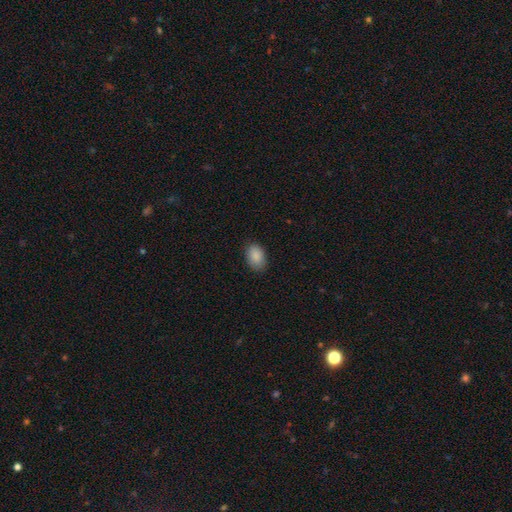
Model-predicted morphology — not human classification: Smooth or featured: smooth — 89% (star or artifact — 7%)
How rounded: in between — 87% (round — 12%)
Merging: none — 85% (minor disturbance — 11%)